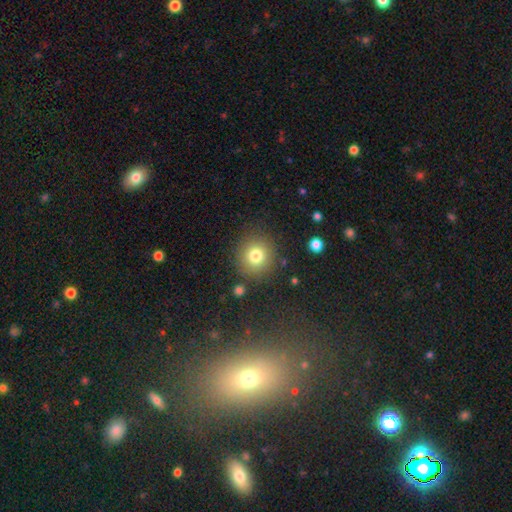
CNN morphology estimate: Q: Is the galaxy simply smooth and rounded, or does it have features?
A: smooth — 78%.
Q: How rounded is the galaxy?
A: round — 91%.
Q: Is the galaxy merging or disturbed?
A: none — 86%.